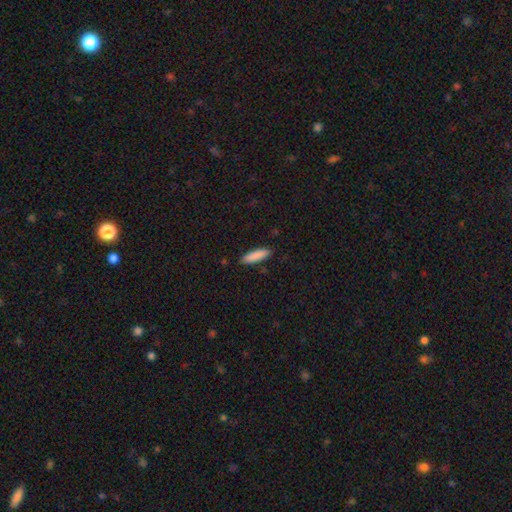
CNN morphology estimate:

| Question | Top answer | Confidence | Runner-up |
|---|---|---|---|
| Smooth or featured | smooth | 88% | featured or disk (6%) |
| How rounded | cigar-shaped | 68% | in between (31%) |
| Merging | none | 88% | minor disturbance (9%) |